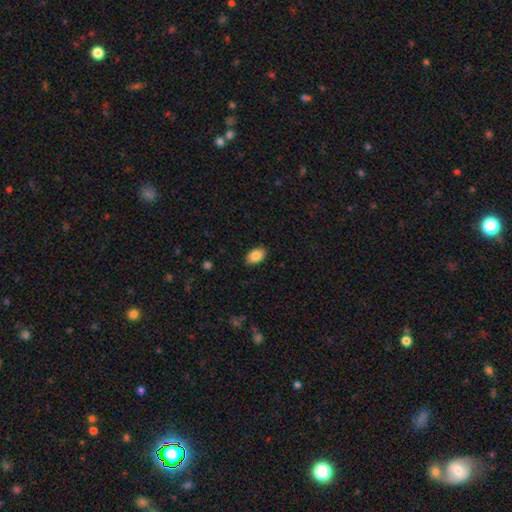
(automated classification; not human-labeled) smooth_or_featured: smooth (p=0.86) [alt: star or artifact p=0.07]
how_rounded: in between (p=0.88) [alt: round p=0.10]
merging: none (p=0.86) [alt: minor disturbance p=0.11]